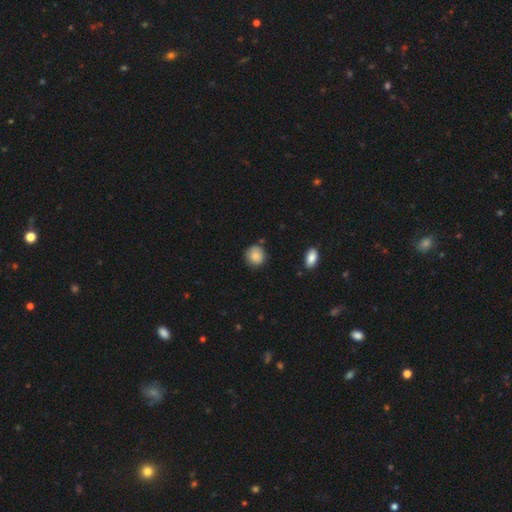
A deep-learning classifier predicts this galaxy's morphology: smooth-or-featured: smooth: 85% | featured or disk: 8% | star or artifact: 8%
  how-rounded: round: 86% | in between: 13% | cigar-shaped: 1%
  merging: none: 76% | minor disturbance: 18% | major disturbance: 3% | merger: 2%